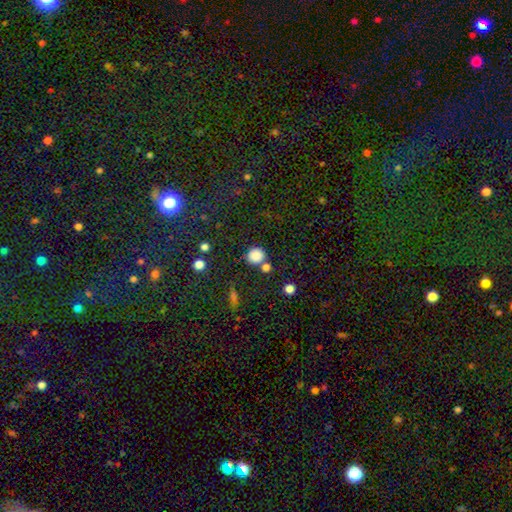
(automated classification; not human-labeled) Smooth or featured: smooth — 84% (star or artifact — 12%)
How rounded: round — 89% (in between — 10%)
Merging: none — 74% (merger — 13%)